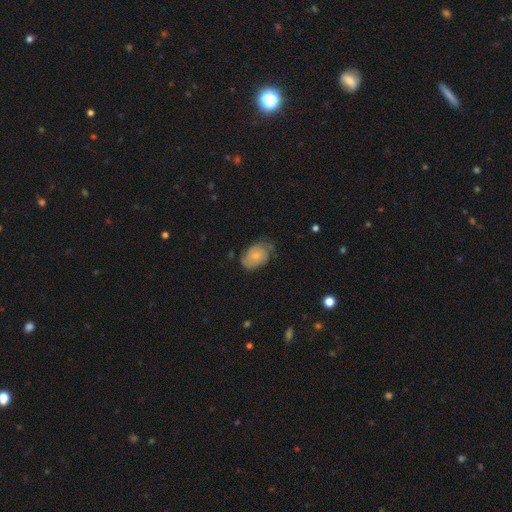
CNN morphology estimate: A smooth galaxy with no disk features (48%). Merging: none (52%).